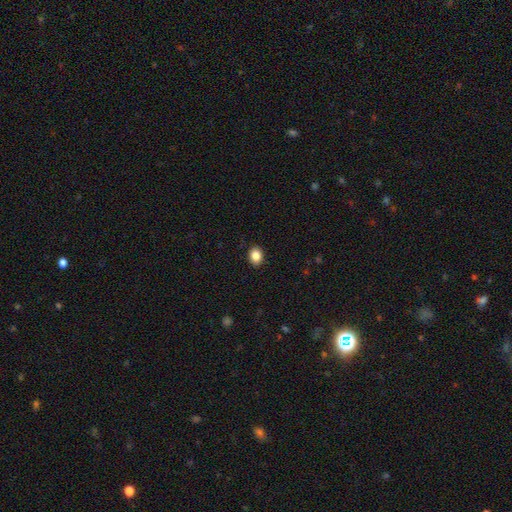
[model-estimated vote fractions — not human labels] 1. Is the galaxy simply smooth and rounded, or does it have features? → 86% smooth, 9% star or artifact, 4% featured or disk.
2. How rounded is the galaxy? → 57% in between, 42% round, 1% cigar-shaped.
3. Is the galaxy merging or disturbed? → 90% none, 7% minor disturbance, 2% major disturbance, 1% merger.